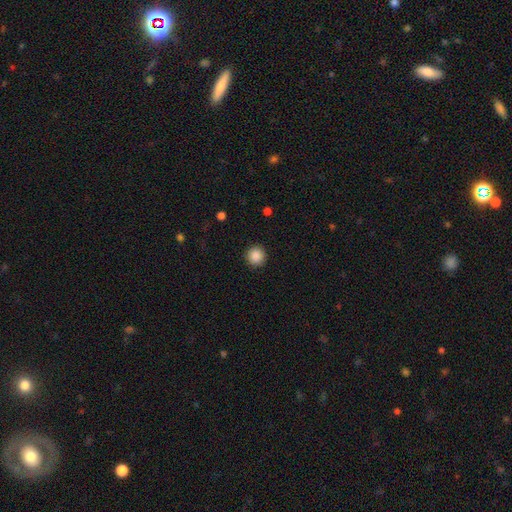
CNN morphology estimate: This appears to be a smooth galaxy with no disk features (88%) that is round (95%). Merging: none (92%).